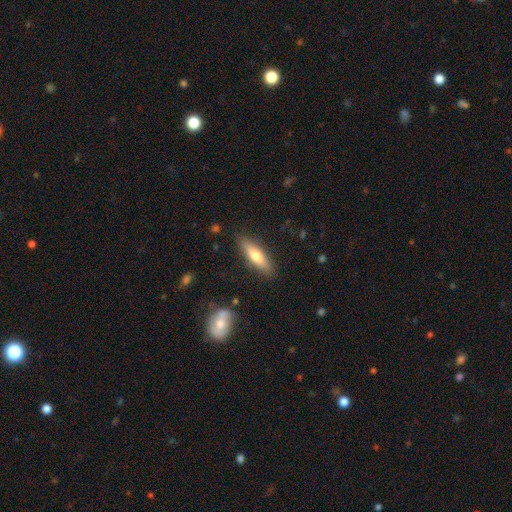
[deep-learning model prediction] Overall: smooth (63%; featured or disk 31%). How rounded: cigar-shaped (62%; in between 36%). Merging: none (86%).